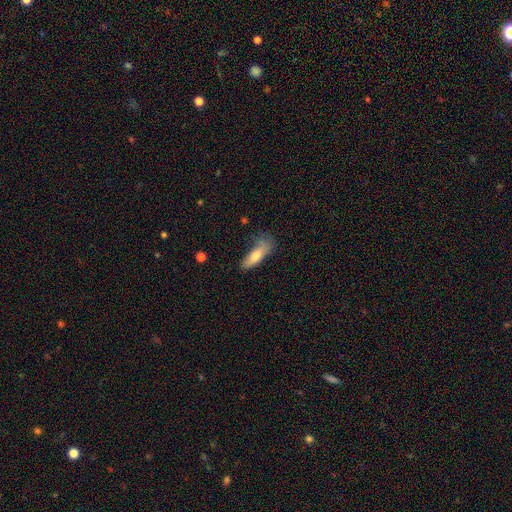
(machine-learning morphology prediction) Q: Smooth or featured?
A: smooth (76%); runner-up: featured or disk (18%)
Q: How rounded?
A: in between (53%); runner-up: cigar-shaped (44%)
Q: Merging?
A: none (46%); runner-up: minor disturbance (33%)